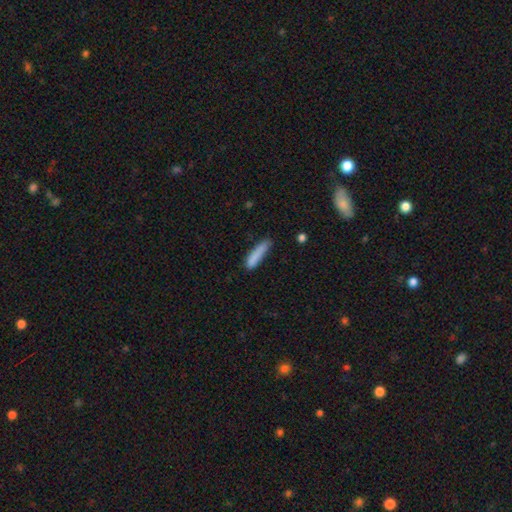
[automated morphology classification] A smooth galaxy with no disk features (84%) that is cigar-shaped (85%). Merging: none (69%).